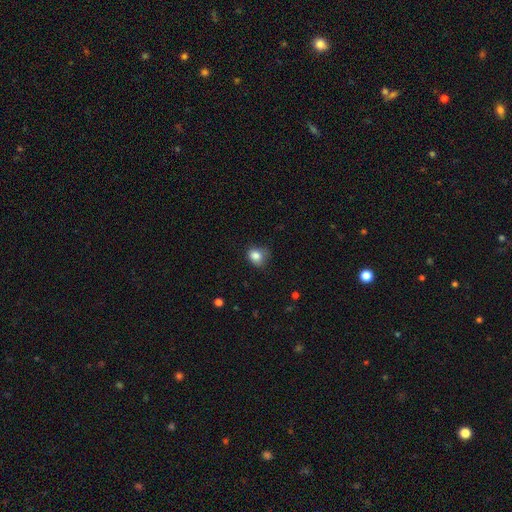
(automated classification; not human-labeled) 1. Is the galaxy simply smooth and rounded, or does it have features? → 83% smooth, 10% star or artifact, 6% featured or disk.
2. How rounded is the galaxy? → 67% round, 32% in between, 1% cigar-shaped.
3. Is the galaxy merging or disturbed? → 59% none, 31% minor disturbance, 9% major disturbance, 2% merger.